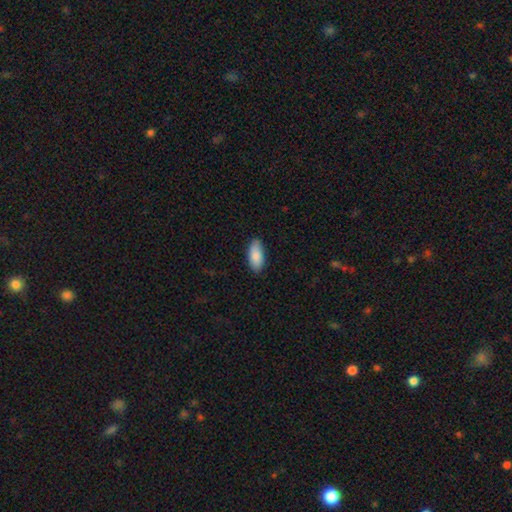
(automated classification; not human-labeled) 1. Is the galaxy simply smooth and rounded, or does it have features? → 87% smooth, 7% featured or disk, 6% star or artifact.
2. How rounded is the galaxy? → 88% in between, 11% cigar-shaped, 2% round.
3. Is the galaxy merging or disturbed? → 86% none, 11% minor disturbance, 2% major disturbance, 1% merger.